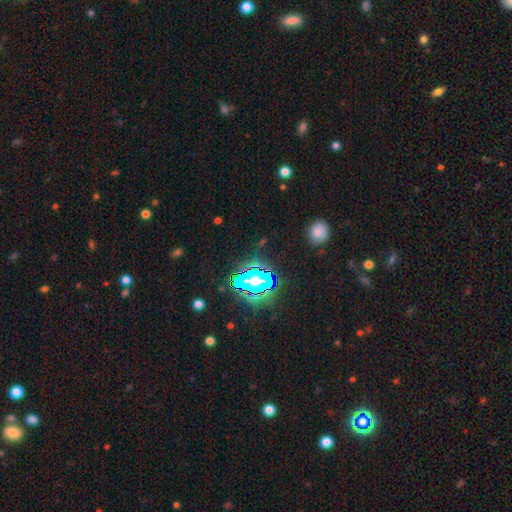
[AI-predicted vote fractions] This is likely a star or artifact rather than a galaxy (79%).